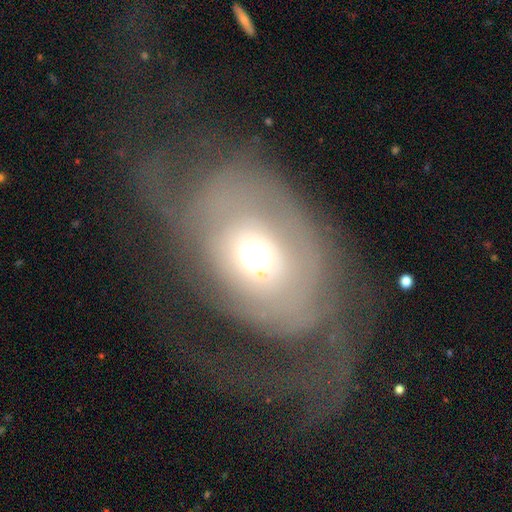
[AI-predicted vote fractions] A featured or disk galaxy (57%) with no bar (84%), no spiral arms (51%) and a moderate central bulge (62%). Merging: major disturbance (59%).